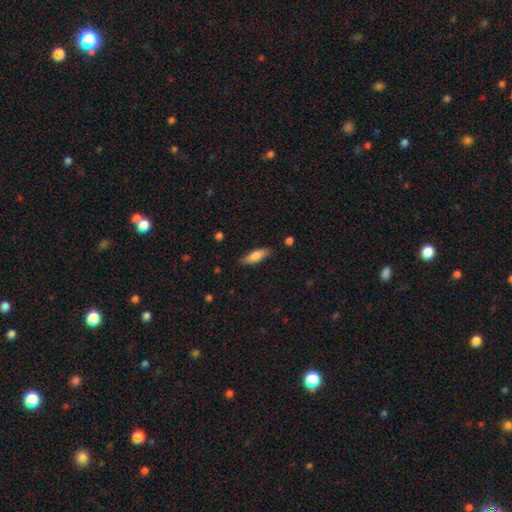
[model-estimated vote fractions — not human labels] A smooth galaxy with no disk features (78%) that is in between round and cigar-shaped (50%).

Vote fractions:
- Smooth or featured? smooth: 78% / featured or disk: 15% / star or artifact: 6%
- How rounded? in between: 50% / cigar-shaped: 48% / round: 2%
- Merging? none: 85% / minor disturbance: 11% / major disturbance: 2% / merger: 1%